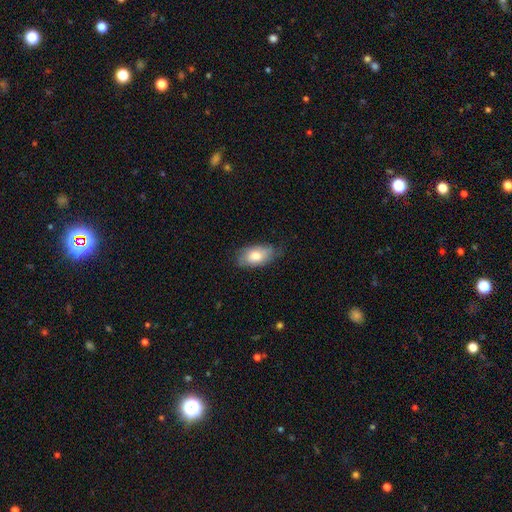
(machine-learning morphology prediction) The model was most divided on "merging": none: 67%, minor disturbance: 26%, major disturbance: 6%, merger: 1%. More confident: how rounded — in between (93%); smooth or featured — smooth (73%).